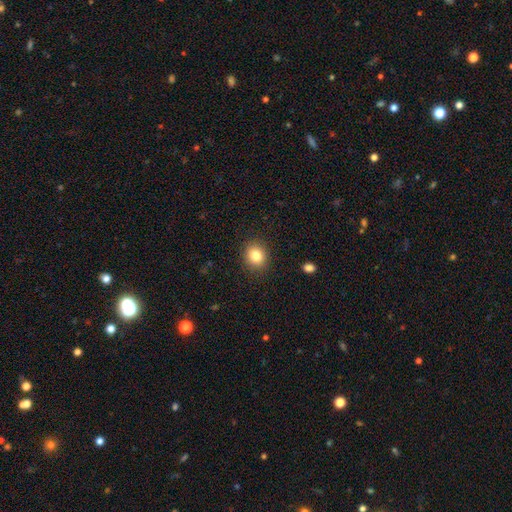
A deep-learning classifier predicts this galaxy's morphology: Smooth or featured? Predicted: smooth (p=0.83). How rounded? Predicted: round (p=0.72). Merging? Predicted: none (p=0.89).